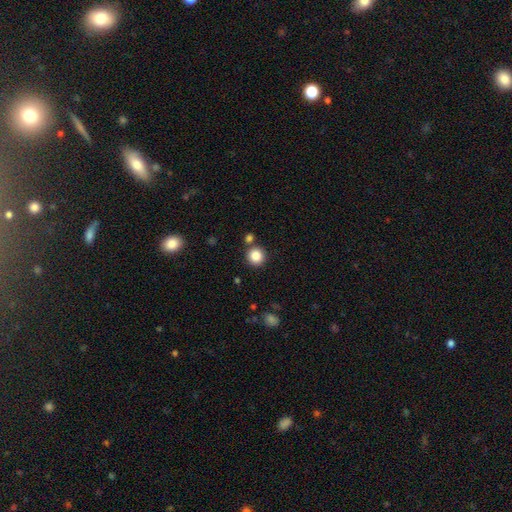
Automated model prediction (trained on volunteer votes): Smooth or featured: smooth — 86% (star or artifact — 10%)
How rounded: round — 92% (in between — 7%)
Merging: none — 82% (merger — 8%)